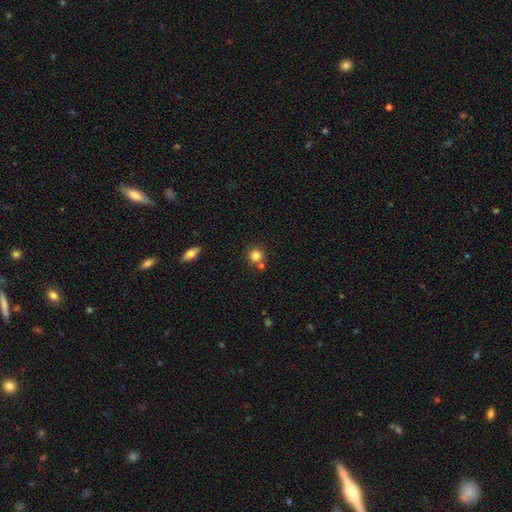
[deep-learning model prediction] Smooth or featured? smooth (82%)
How rounded? round (92%)
Merging? none (71%)